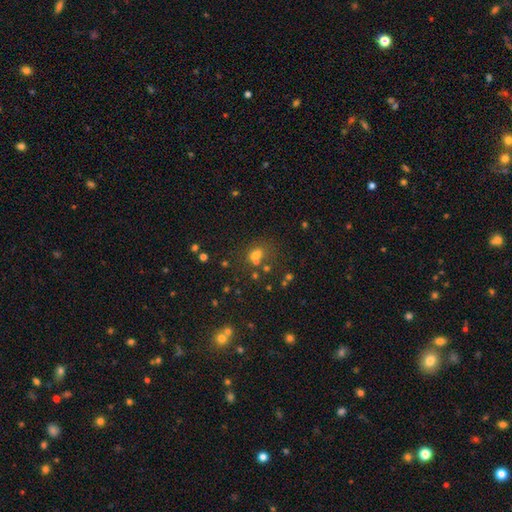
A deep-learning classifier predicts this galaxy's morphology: A smooth galaxy with no disk features (61%) that is round (58%). Merging: none (49%).